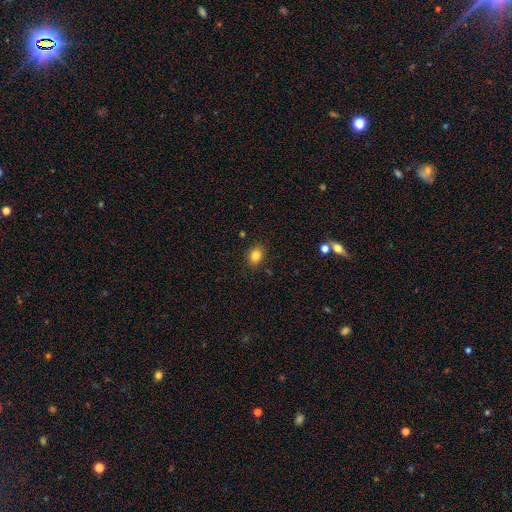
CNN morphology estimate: Smooth or featured? Predicted: smooth (p=0.84). How rounded? Predicted: in between (p=0.52). Merging? Predicted: none (p=0.87).